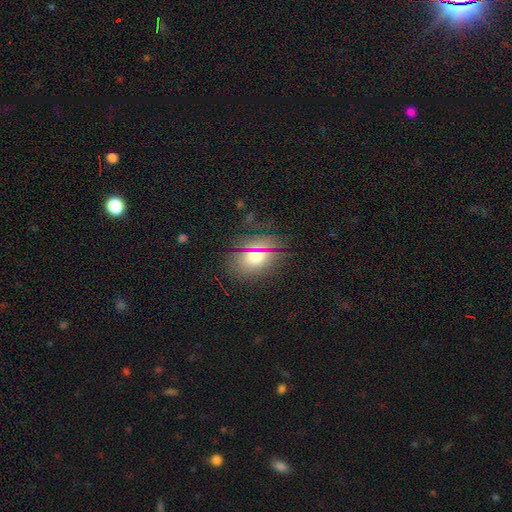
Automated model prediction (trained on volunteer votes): This appears to be a smooth galaxy with no disk features (65%) that is in between round and cigar-shaped (56%). Merging: none (82%).